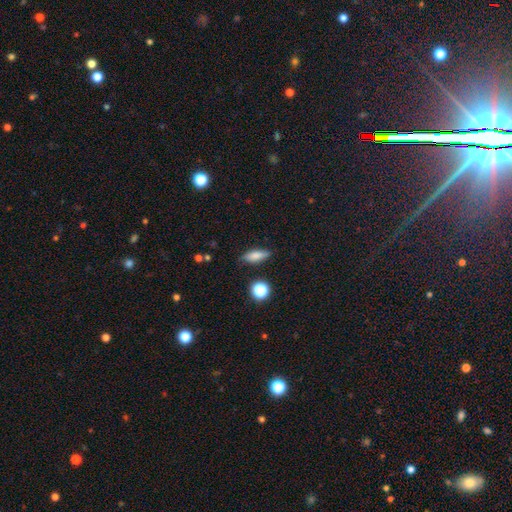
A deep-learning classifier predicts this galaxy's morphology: Smooth or featured: smooth — 75% (featured or disk — 15%)
How rounded: in between — 59% (cigar-shaped — 35%)
Merging: none — 81% (minor disturbance — 14%)